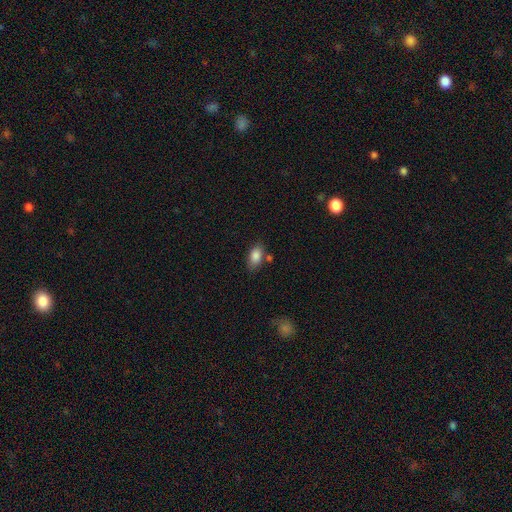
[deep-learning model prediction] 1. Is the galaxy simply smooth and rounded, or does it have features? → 86% smooth, 8% star or artifact, 6% featured or disk.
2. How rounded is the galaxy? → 90% in between, 7% round, 3% cigar-shaped.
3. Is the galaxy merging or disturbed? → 70% none, 17% minor disturbance, 8% merger, 4% major disturbance.